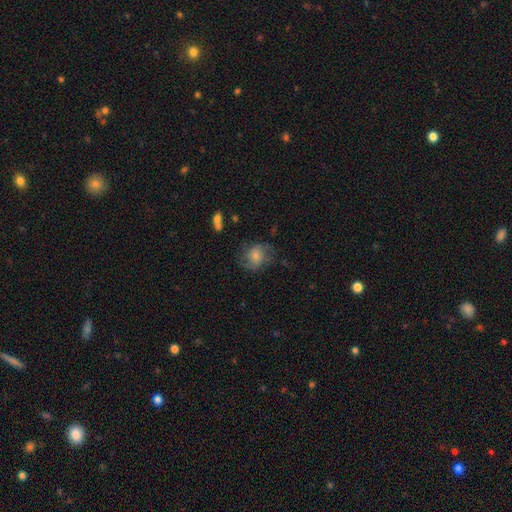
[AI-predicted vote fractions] Q: Smooth or featured?
A: smooth (48%); runner-up: featured or disk (43%)
Q: Merging?
A: none (58%); runner-up: minor disturbance (24%)